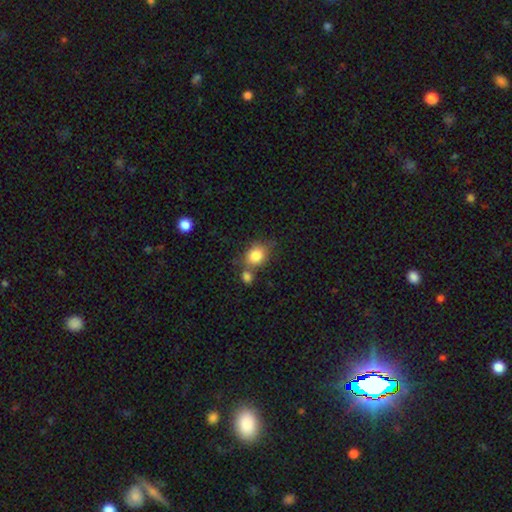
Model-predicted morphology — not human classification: The model was most divided on "how rounded": round: 54%, in between: 44%, cigar-shaped: 1%. More confident: smooth or featured — smooth (83%); merging — none (52%).